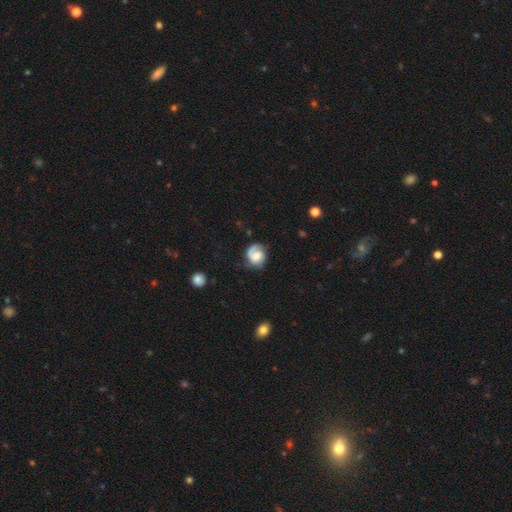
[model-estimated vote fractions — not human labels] A featured or disk galaxy (67%) with no bar (59%), 1 (51%) tight (41%) spiral arms (92%) and a moderate central bulge (36%). Merging: none (58%).